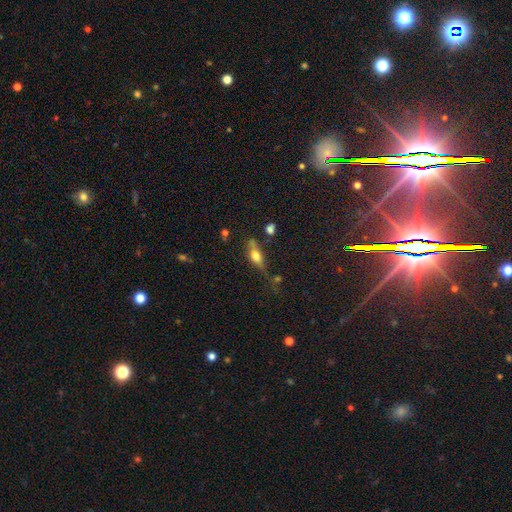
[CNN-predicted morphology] This is possibly a smooth galaxy (57%). How rounded: likely in between (63%). Merging: possibly none (57%).